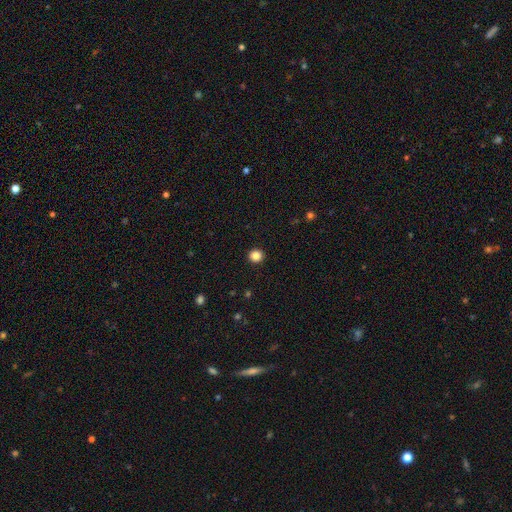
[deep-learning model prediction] Smooth or featured: smooth — 86% (star or artifact — 11%)
How rounded: round — 90% (in between — 9%)
Merging: none — 94% (minor disturbance — 4%)